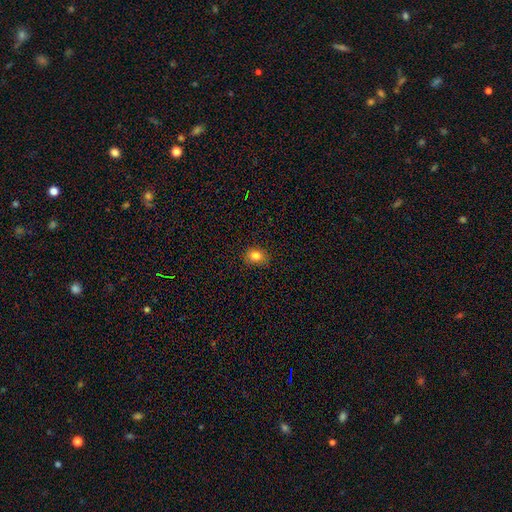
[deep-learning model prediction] smooth-or-featured: smooth: 83% | star or artifact: 11% | featured or disk: 6%
  how-rounded: round: 53% | in between: 46% | cigar-shaped: 1%
  merging: none: 83% | minor disturbance: 13% | major disturbance: 3% | merger: 1%